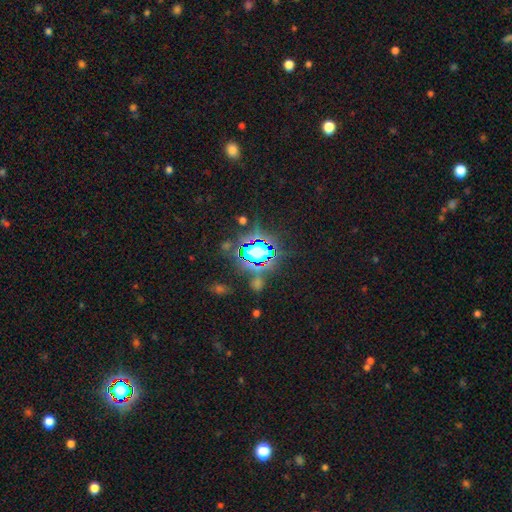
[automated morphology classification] Smooth or featured: star or artifact — 82% (smooth — 11%)